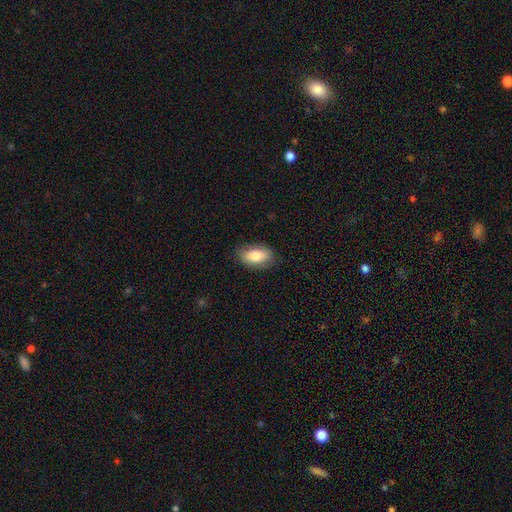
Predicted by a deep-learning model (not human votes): Morphology: type=smooth (78%); roundness=in between (90%); merging=none (81%).